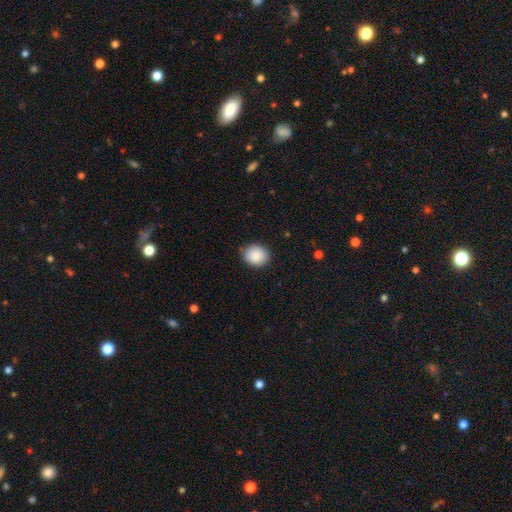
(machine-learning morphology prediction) This is clearly a smooth galaxy (88%). How rounded: likely round (67%). Merging: clearly none (87%).